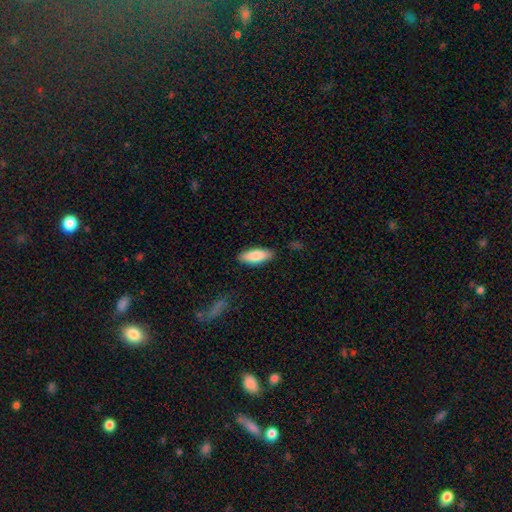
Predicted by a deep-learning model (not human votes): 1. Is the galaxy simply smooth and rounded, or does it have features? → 85% smooth, 10% featured or disk, 6% star or artifact.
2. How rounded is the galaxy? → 67% in between, 31% cigar-shaped, 2% round.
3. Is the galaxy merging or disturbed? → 85% none, 11% minor disturbance, 2% major disturbance, 2% merger.